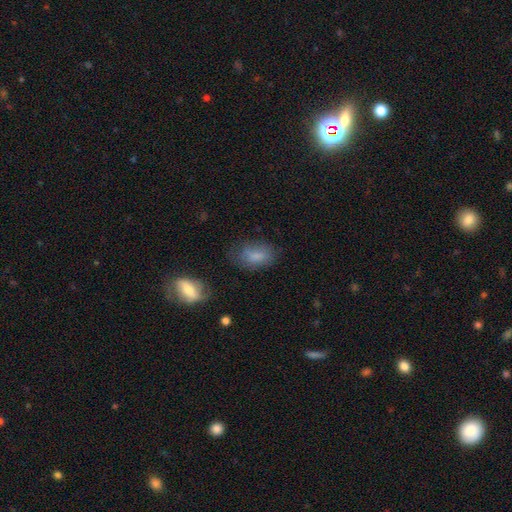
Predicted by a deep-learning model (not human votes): Smooth or featured?
  - smooth: 79% *
  - featured or disk: 13%
  - star or artifact: 9%
How rounded?
  - in between: 89% *
  - round: 8%
  - cigar-shaped: 3%
Merging?
  - none: 62% *
  - minor disturbance: 25%
  - major disturbance: 10%
  - merger: 3%